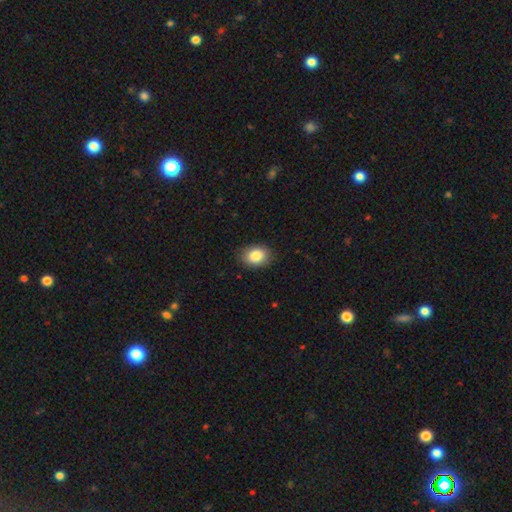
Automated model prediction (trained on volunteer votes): The model was most divided on "how rounded": in between: 74%, round: 25%, cigar-shaped: 1%. More confident: merging — none (86%); smooth or featured — smooth (86%).